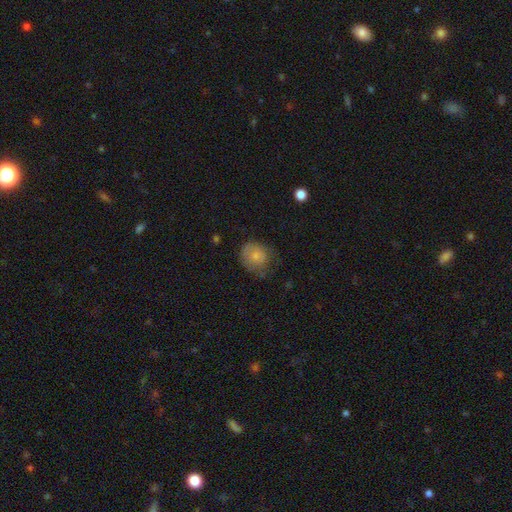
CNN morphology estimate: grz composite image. It shows a smooth galaxy with no disk features (77%) that is round (75%). Merging: none (56%).